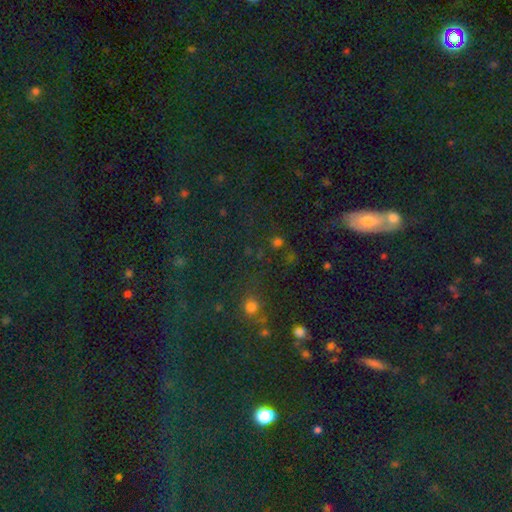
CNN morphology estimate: type=star or artifact (49%).